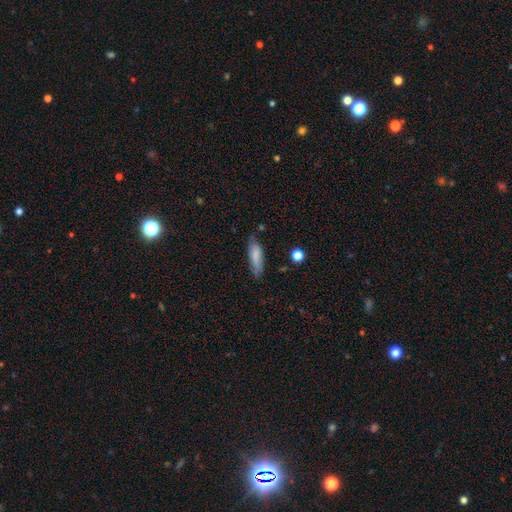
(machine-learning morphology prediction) Smooth or featured? Predicted: smooth (p=0.79). How rounded? Predicted: in between (p=0.53). Merging? Predicted: none (p=0.69).